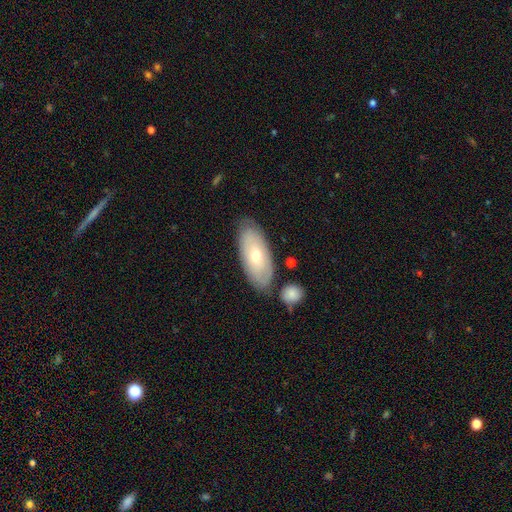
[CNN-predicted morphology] smooth_or_featured: smooth (p=0.59) [alt: featured or disk p=0.35]
how_rounded: in between (p=0.88) [alt: cigar-shaped p=0.10]
merging: none (p=0.77) [alt: minor disturbance p=0.14]